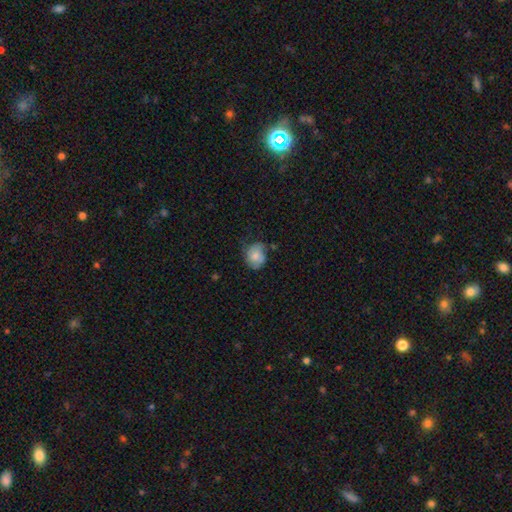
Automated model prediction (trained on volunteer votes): The model was most divided on "merging": none: 49%, minor disturbance: 34%, major disturbance: 14%, merger: 3%. More confident: how rounded — round (63%); smooth or featured — smooth (62%).